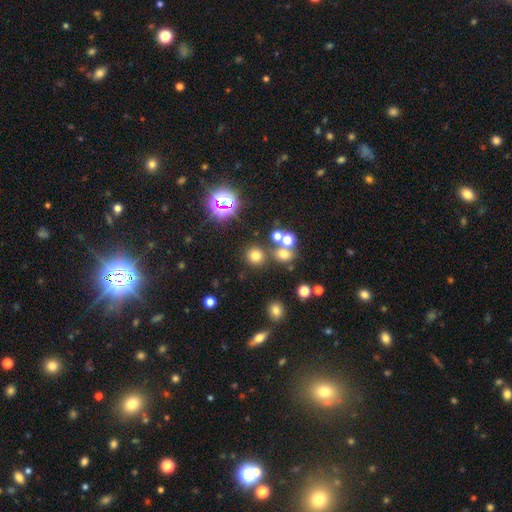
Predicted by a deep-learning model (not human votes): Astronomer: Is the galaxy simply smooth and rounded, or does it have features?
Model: smooth — 69%.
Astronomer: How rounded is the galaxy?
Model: round — 91%.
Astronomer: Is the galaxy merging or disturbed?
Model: none — 79%.